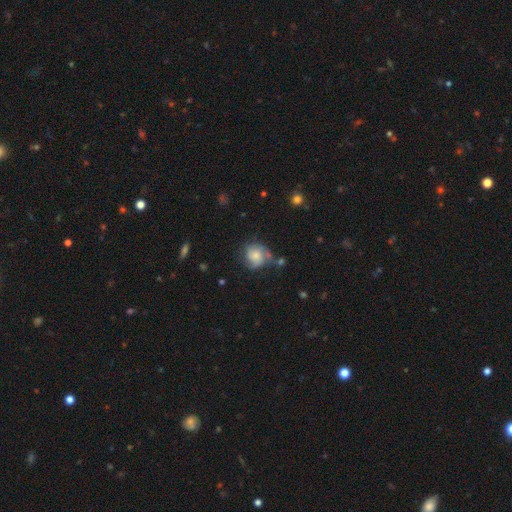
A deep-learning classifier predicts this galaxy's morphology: A smooth galaxy with no disk features (46%).

Vote fractions:
- Smooth or featured? smooth: 46% / featured or disk: 45% / star or artifact: 9%
- Merging? none: 51% / minor disturbance: 27% / major disturbance: 15% / merger: 7%